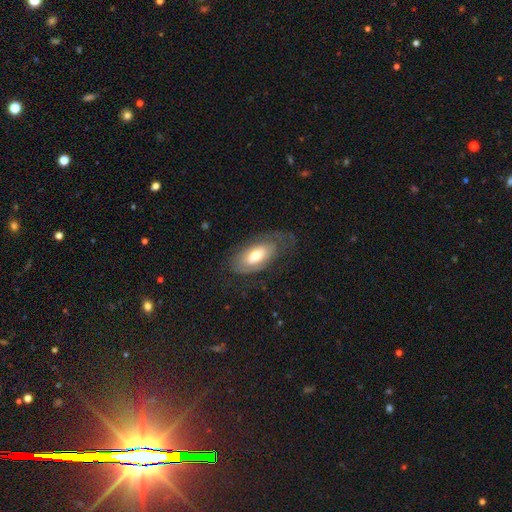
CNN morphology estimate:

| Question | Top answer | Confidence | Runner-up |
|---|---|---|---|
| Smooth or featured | smooth | 51% | featured or disk (43%) |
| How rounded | in between | 92% | cigar-shaped (5%) |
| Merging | none | 59% | minor disturbance (23%) |